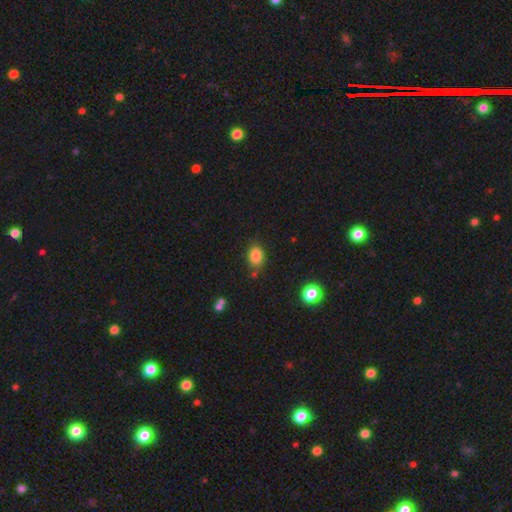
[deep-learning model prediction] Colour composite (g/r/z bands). It shows a smooth galaxy with no disk features (84%) that is in between round and cigar-shaped (70%). Merging: none (70%).